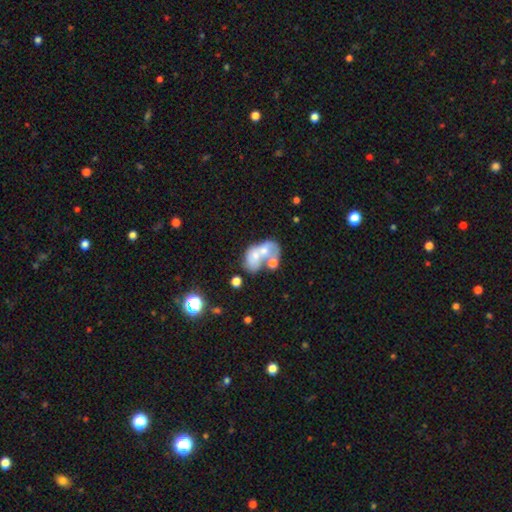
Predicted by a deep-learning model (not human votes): smooth 47%, featured or disk 43%, star or artifact 11%. Down the decision tree: merging — merger (69%).